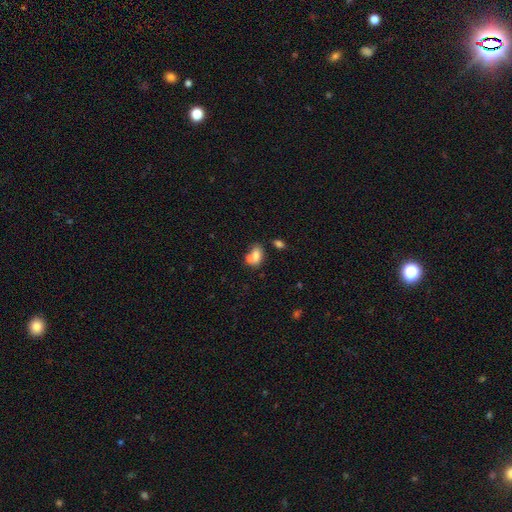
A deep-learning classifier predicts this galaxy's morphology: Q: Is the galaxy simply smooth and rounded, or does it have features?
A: smooth — 74%.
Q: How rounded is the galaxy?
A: in between — 79%.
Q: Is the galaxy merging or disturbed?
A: merger — 48%.